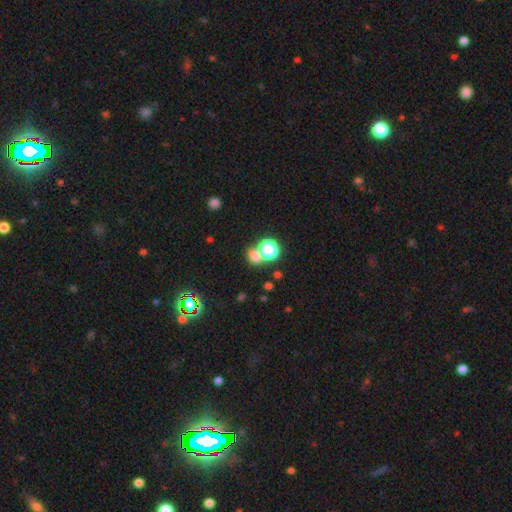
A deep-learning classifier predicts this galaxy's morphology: smooth 65%, star or artifact 27%, featured or disk 8%. Down the decision tree: how rounded — round (68%); merging — none (50%).